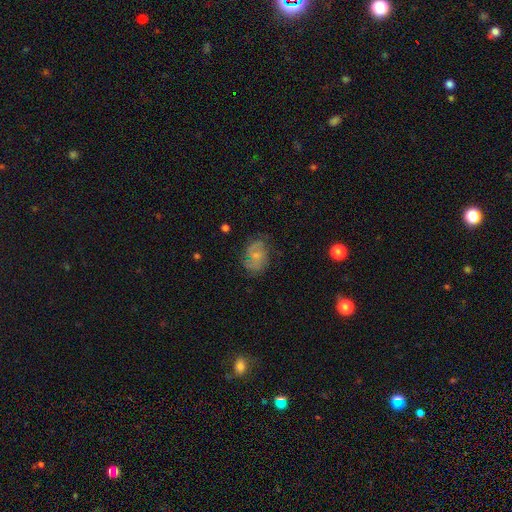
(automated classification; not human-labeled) Smooth or featured? Predicted: featured or disk (p=0.46). Merging? Predicted: none (p=0.62).